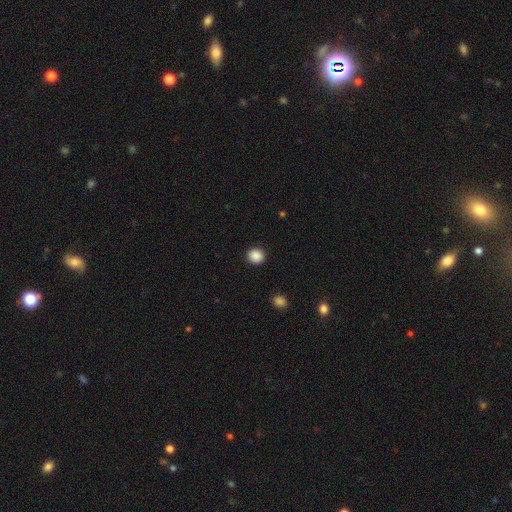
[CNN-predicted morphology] smooth 89%, star or artifact 9%, featured or disk 2%. Down the decision tree: how rounded — round (87%); merging — none (92%).